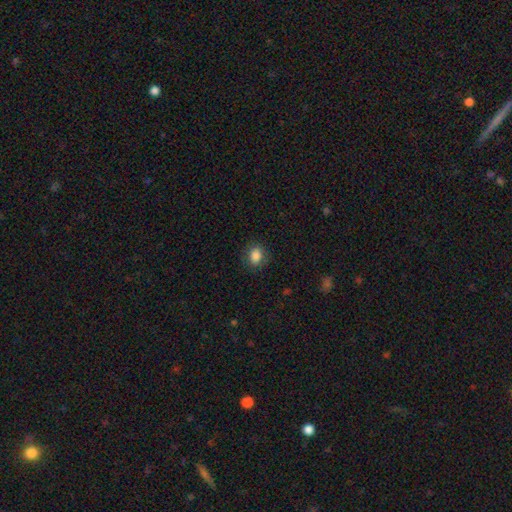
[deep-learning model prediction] The model was most divided on "how rounded": in between: 52%, round: 47%, cigar-shaped: 1%. More confident: smooth or featured — smooth (85%); merging — none (83%).